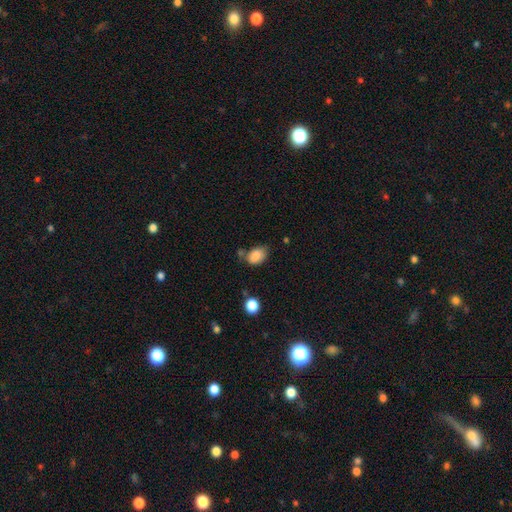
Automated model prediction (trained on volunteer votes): smooth 86%, star or artifact 9%, featured or disk 5%. Down the decision tree: how rounded — in between (80%); merging — none (57%).